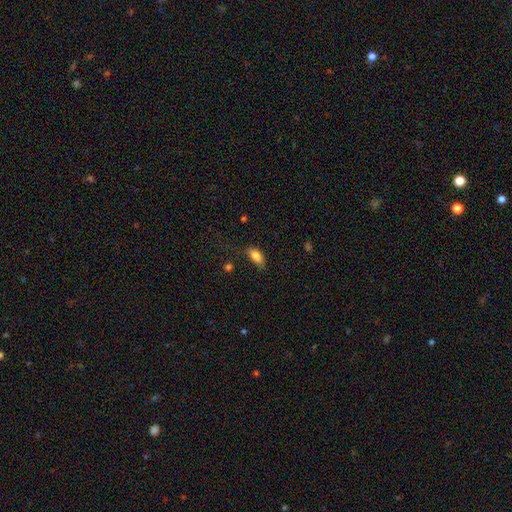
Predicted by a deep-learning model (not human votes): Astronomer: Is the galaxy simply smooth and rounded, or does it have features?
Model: smooth — 82%.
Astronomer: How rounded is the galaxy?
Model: in between — 87%.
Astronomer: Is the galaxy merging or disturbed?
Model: none — 54% (runner-up: minor disturbance, 29%).